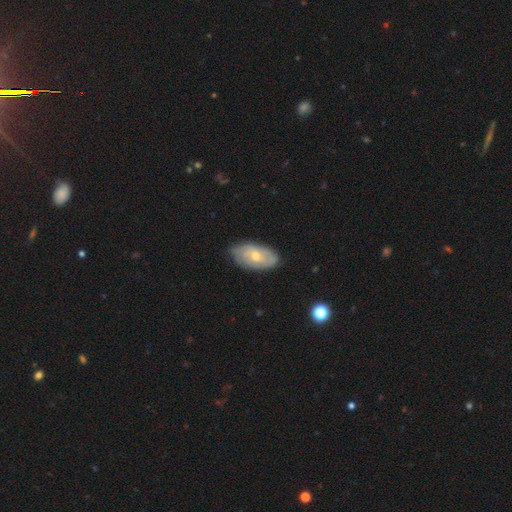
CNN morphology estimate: Smooth or featured? featured or disk (55%)
Edge-on disk? no (92%)
Bar? no (77%)
Spiral arms? yes (70%)
Bulge size? moderate (49%)
Merging? none (74%)